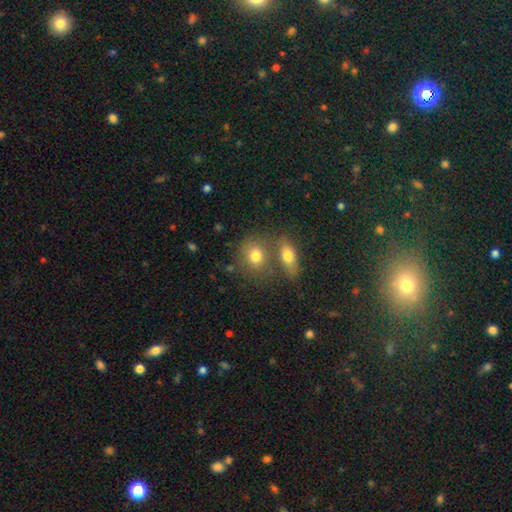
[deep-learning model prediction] The model was most divided on "how rounded": round: 49%, in between: 48%, cigar-shaped: 2%. Remaining: smooth or featured — smooth (76%); merging — none (46%).